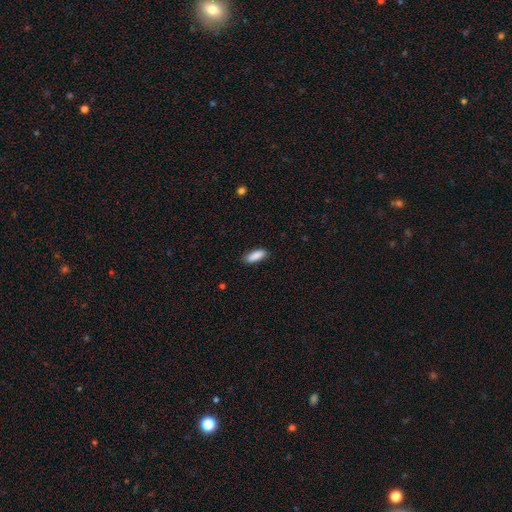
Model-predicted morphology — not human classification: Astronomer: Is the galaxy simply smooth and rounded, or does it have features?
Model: smooth — 89%.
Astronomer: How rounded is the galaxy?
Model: in between — 65%.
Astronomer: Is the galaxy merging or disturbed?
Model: none — 85%.